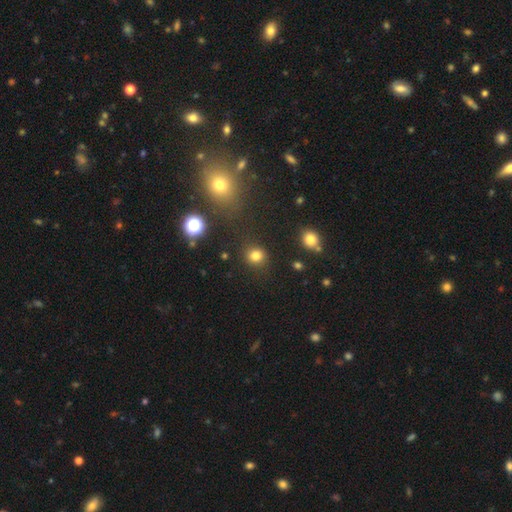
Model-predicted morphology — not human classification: Smooth or featured: smooth — 81% (star or artifact — 14%)
How rounded: round — 86% (in between — 13%)
Merging: none — 86% (minor disturbance — 8%)